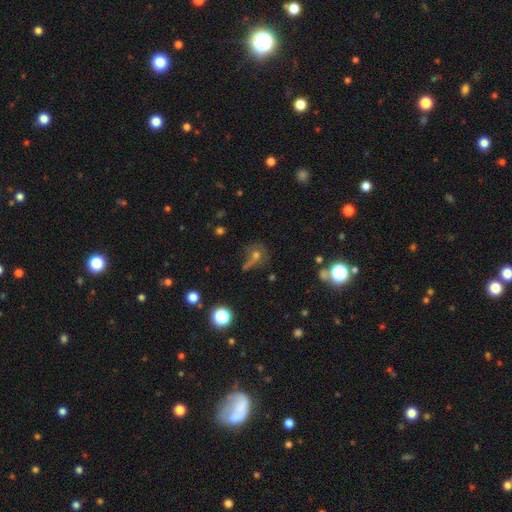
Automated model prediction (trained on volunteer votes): Smooth or featured? smooth (41%)
Merging? none (48%)